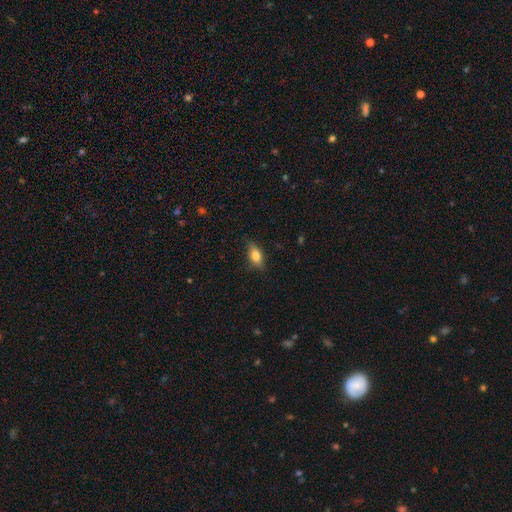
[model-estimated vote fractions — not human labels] Morphology: type=smooth (68%); roundness=in between (77%); merging=none (80%).